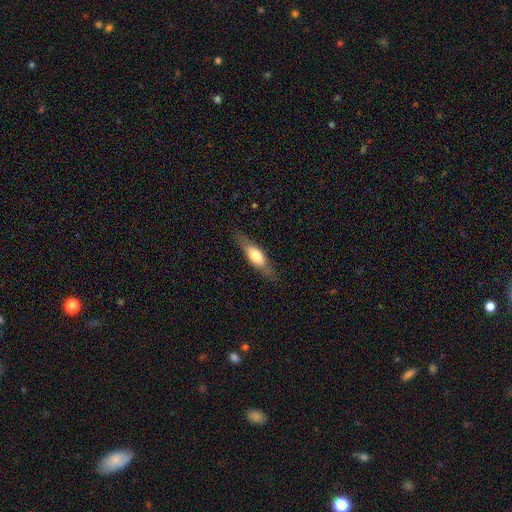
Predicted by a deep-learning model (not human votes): Q: Smooth or featured?
A: smooth (58%); runner-up: featured or disk (37%)
Q: How rounded?
A: in between (50%); runner-up: cigar-shaped (48%)
Q: Merging?
A: none (80%); runner-up: minor disturbance (14%)